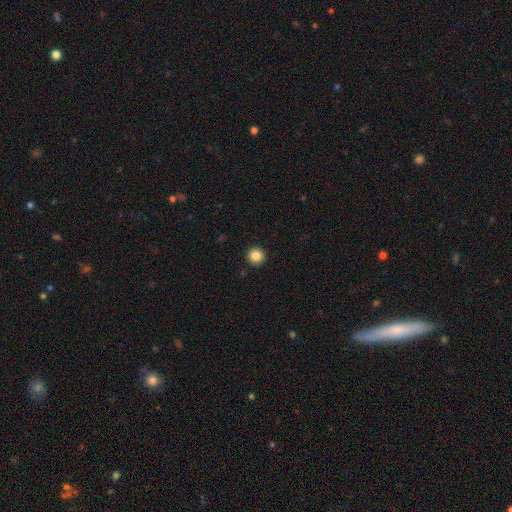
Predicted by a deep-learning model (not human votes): A smooth galaxy with no disk features (85%) that is round (95%).

Vote fractions:
- Smooth or featured? smooth: 85% / star or artifact: 10% / featured or disk: 5%
- How rounded? round: 95% / in between: 4% / cigar-shaped: 1%
- Merging? none: 93% / minor disturbance: 4% / major disturbance: 2% / merger: 1%